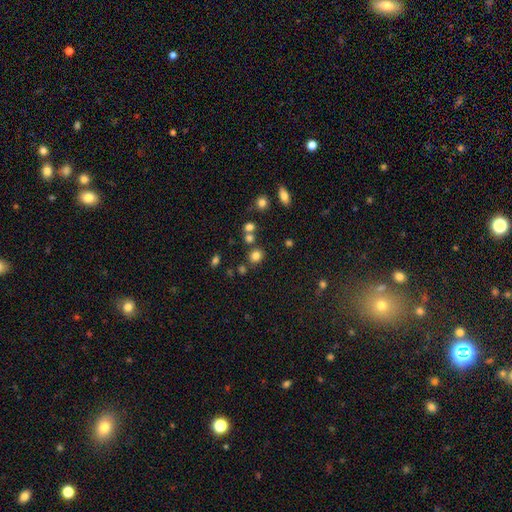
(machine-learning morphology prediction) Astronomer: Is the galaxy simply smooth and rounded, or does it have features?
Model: smooth — 77%.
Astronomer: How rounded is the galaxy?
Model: round — 76%.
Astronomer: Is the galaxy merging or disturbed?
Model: none — 75%.